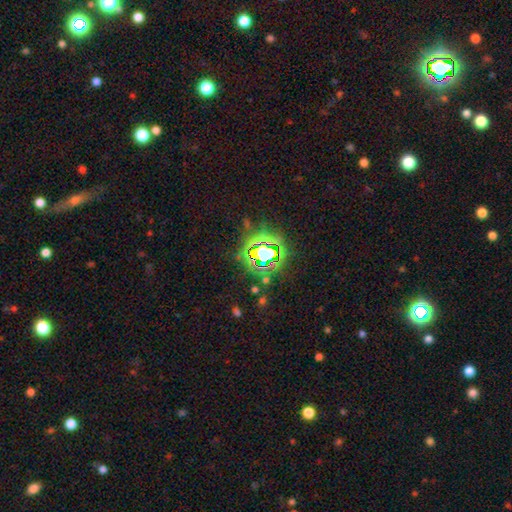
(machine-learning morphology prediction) type=star or artifact (82%).